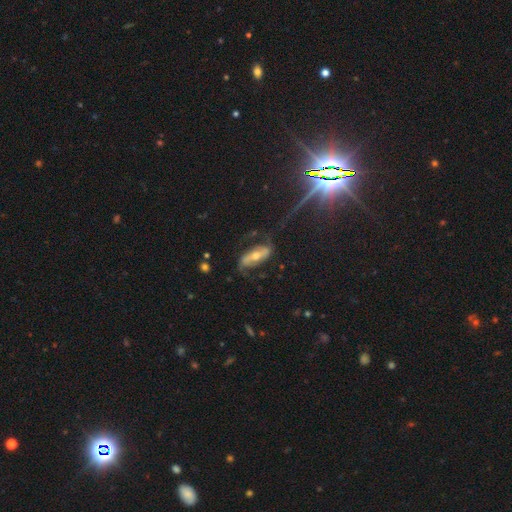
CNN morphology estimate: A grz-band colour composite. It shows a featured or disk galaxy (72%) with a strong bar (48%), 2 (87%) loose (52%) spiral arms (87%) and a moderate central bulge (62%). Merging: none (63%).